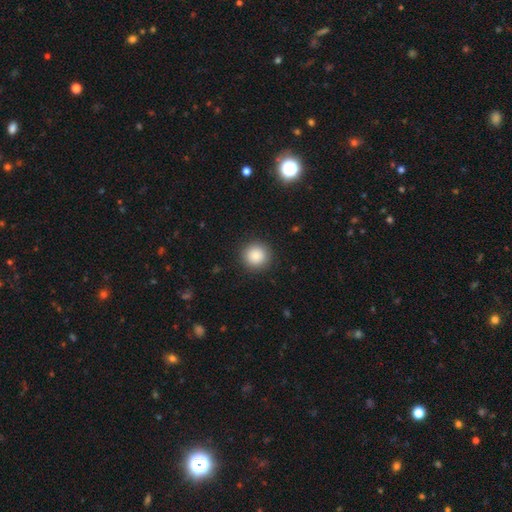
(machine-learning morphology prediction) This is clearly a smooth galaxy (86%). How rounded: clearly round (95%). Merging: clearly none (91%).